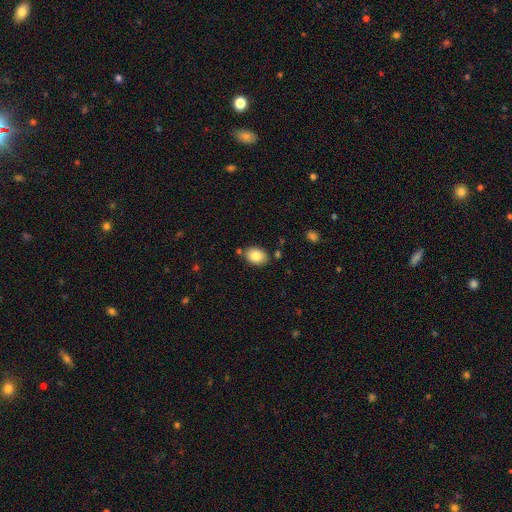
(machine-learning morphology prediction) Smooth or featured? smooth (84%)
How rounded? in between (69%)
Merging? none (80%)